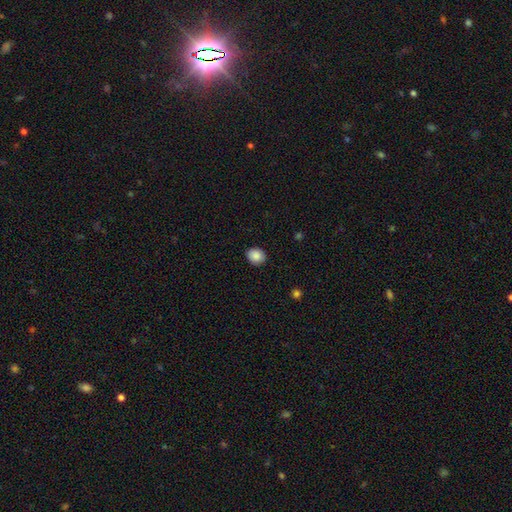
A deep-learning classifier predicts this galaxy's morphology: Smooth or featured? Predicted: smooth (p=0.88). How rounded? Predicted: round (p=0.62). Merging? Predicted: none (p=0.89).